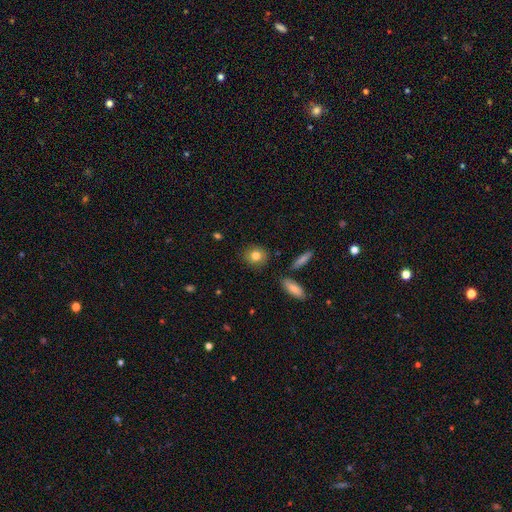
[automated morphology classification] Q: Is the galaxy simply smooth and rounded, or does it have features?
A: smooth — 80%.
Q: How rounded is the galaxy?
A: round — 76%.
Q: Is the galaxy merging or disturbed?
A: none — 86%.